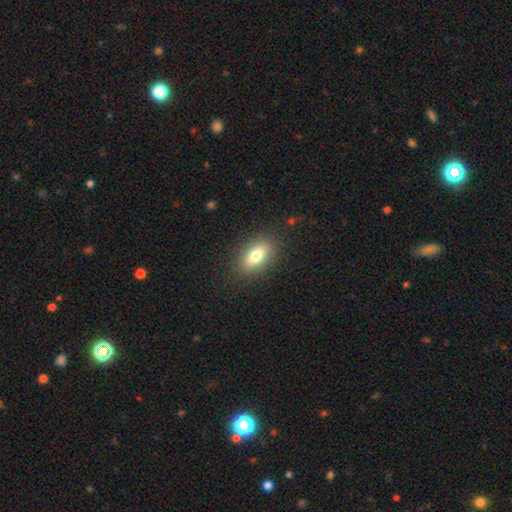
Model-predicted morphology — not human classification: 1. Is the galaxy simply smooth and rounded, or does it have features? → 76% smooth, 16% featured or disk, 9% star or artifact.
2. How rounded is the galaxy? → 84% in between, 9% cigar-shaped, 8% round.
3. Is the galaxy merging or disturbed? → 87% none, 9% minor disturbance, 3% major disturbance, 1% merger.